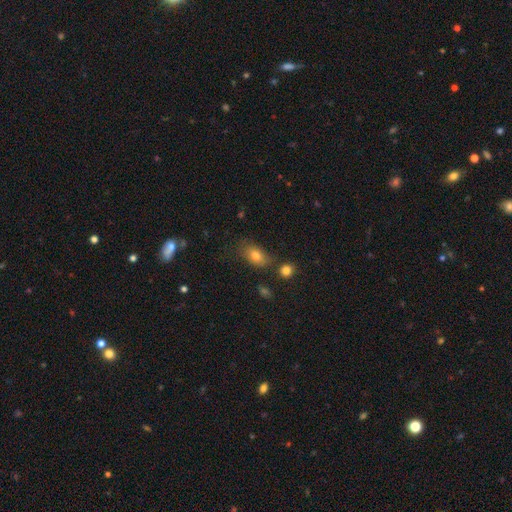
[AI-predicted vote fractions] A smooth galaxy with no disk features (79%) that is in between round and cigar-shaped (84%). Merging: none (67%).